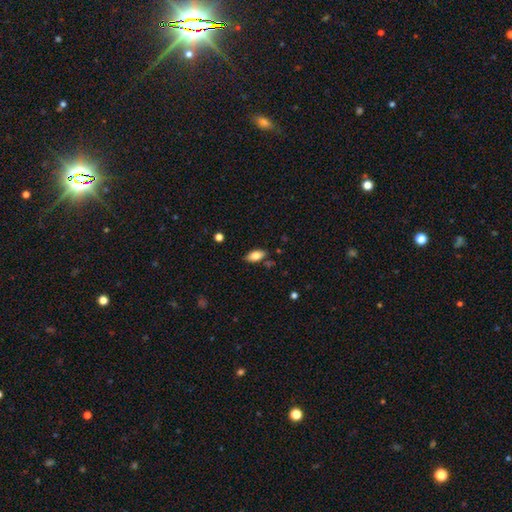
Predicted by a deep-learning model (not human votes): smooth_or_featured: smooth (p=0.81) [alt: featured or disk p=0.11]
how_rounded: in between (p=0.92) [alt: cigar-shaped p=0.05]
merging: none (p=0.82) [alt: minor disturbance p=0.13]